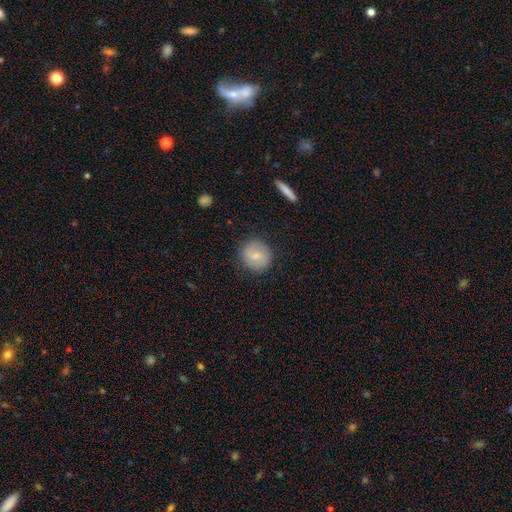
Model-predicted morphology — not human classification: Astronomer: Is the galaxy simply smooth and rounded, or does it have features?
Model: smooth — 68%.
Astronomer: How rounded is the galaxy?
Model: round — 90%.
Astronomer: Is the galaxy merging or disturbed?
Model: none — 86%.